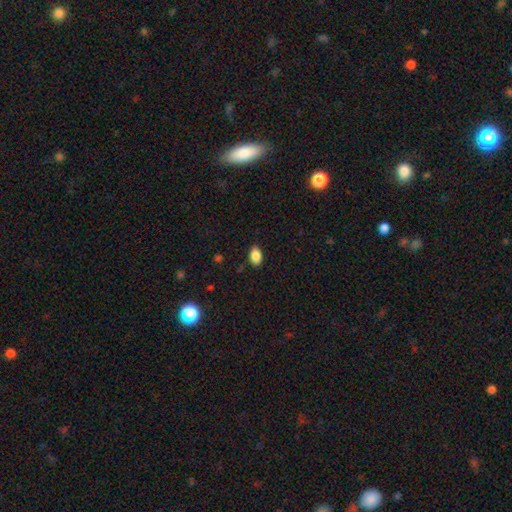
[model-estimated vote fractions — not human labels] Morphology: type=smooth (86%); roundness=in between (90%); merging=none (84%).